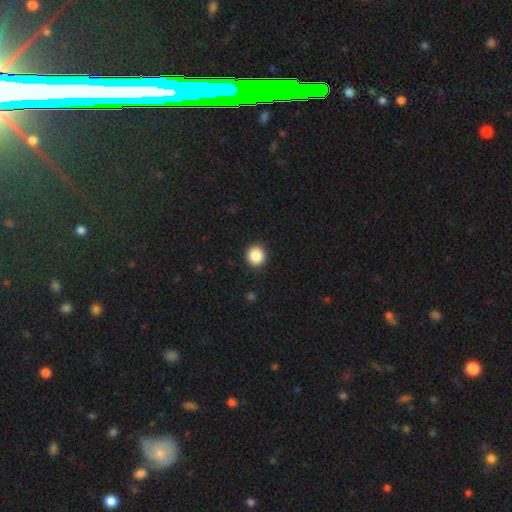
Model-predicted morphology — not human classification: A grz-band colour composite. It shows a smooth galaxy with no disk features (88%) that is round (93%). Merging: none (92%).